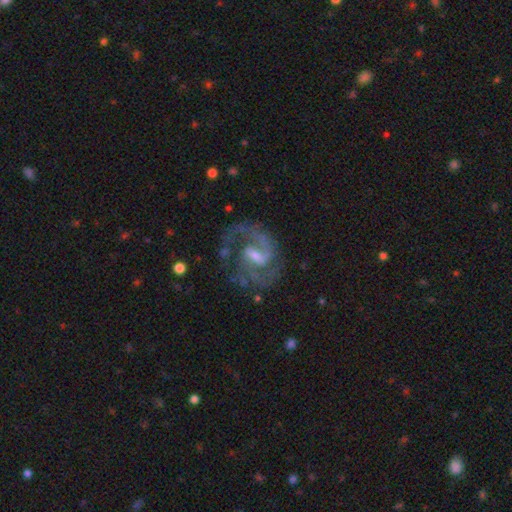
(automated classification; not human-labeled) A featured or disk galaxy (89%) with a weak bar (57%), 2 (79%) medium (58%) spiral arms (97%) and a small central bulge (48%). Merging: none (69%).